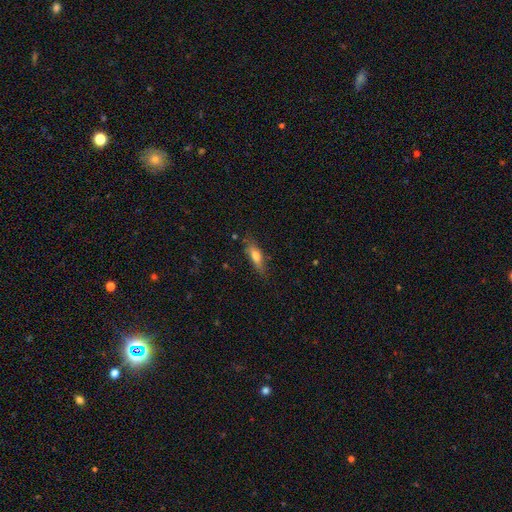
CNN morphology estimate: Overall: smooth (68%). How rounded: cigar-shaped (50%; in between 47%). Merging: none (73%).